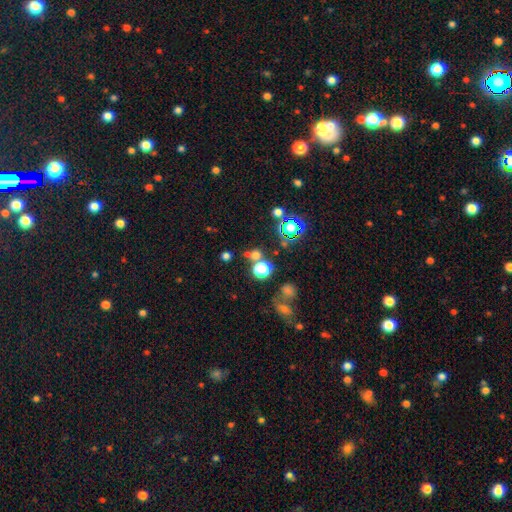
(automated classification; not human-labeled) Smooth or featured? Predicted: smooth (p=0.57). How rounded? Predicted: round (p=0.82). Merging? Predicted: none (p=0.64).